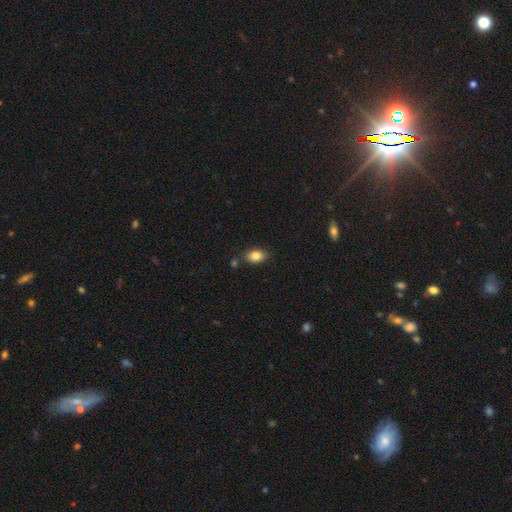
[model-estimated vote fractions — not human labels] The model was most divided on "merging": none: 79%, minor disturbance: 12%, merger: 6%, major disturbance: 3%. More confident: how rounded — in between (85%); smooth or featured — smooth (84%).